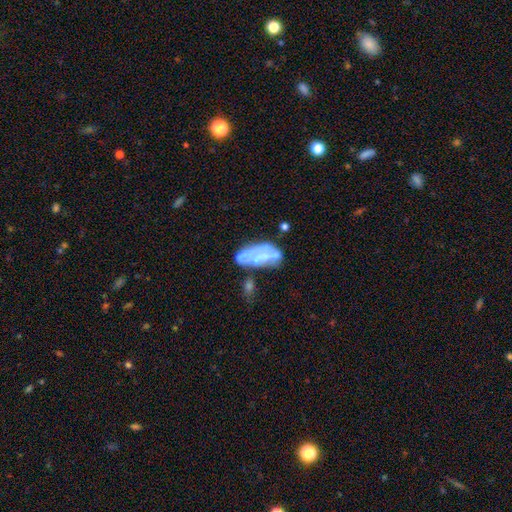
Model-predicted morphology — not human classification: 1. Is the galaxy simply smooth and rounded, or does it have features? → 53% featured or disk, 37% smooth, 10% star or artifact.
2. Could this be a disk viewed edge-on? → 90% no, 10% yes.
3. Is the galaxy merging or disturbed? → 35% none, 23% minor disturbance, 22% merger, 20% major disturbance.